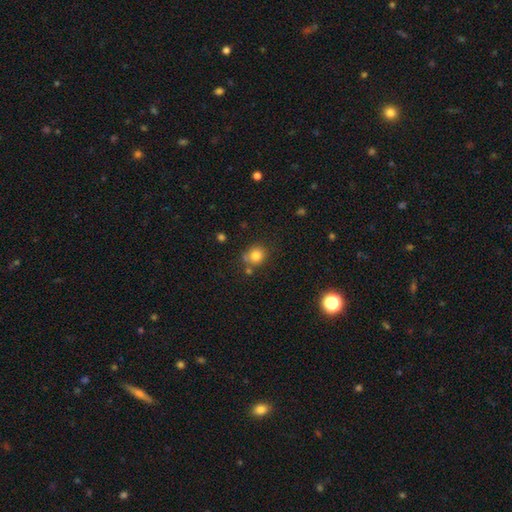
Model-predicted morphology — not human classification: A smooth galaxy with no disk features (81%) that is round (82%). Merging: none (68%).